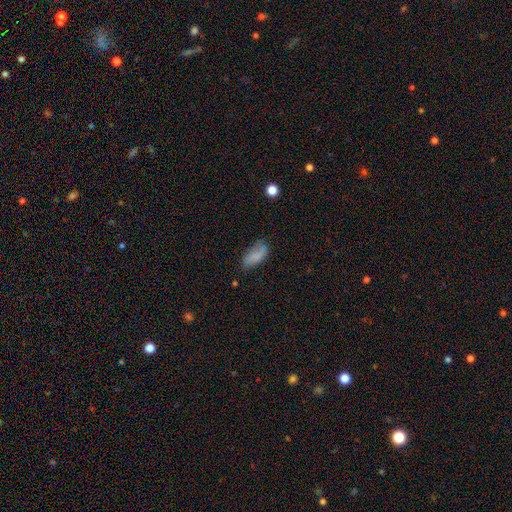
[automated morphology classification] Overall: smooth (79%). How rounded: in between (85%). Merging: none (59%; minor disturbance 29%).